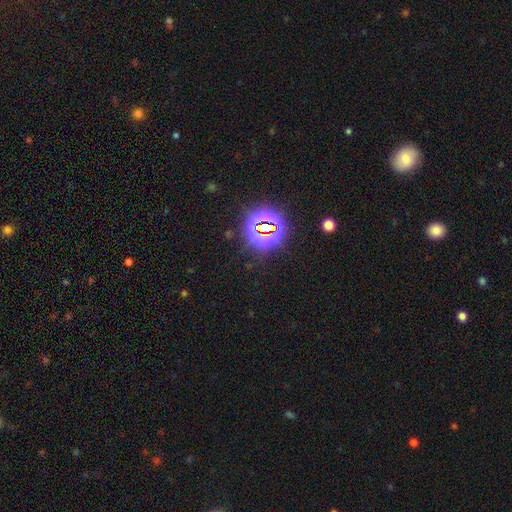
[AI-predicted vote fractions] This appears to be a star or artifact, not a galaxy (82%).